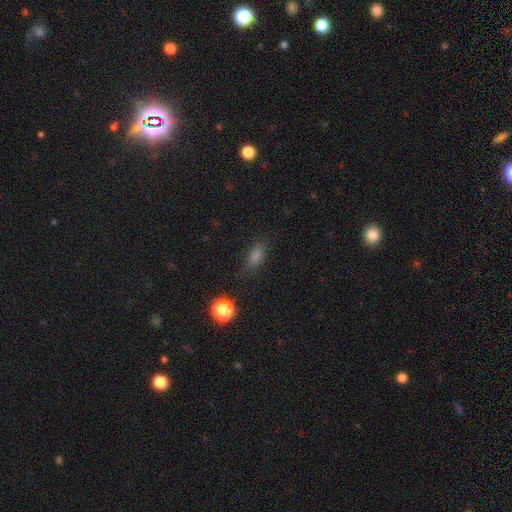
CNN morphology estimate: smooth-or-featured: smooth: 72% | star or artifact: 20% | featured or disk: 8%
  how-rounded: in between: 75% | cigar-shaped: 13% | round: 12%
  merging: none: 77% | minor disturbance: 16% | major disturbance: 5% | merger: 2%